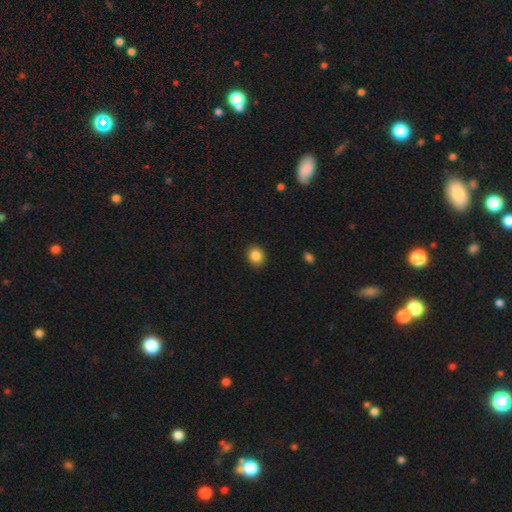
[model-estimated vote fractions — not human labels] A smooth galaxy with no disk features (86%) that is round (70%). Merging: none (90%).